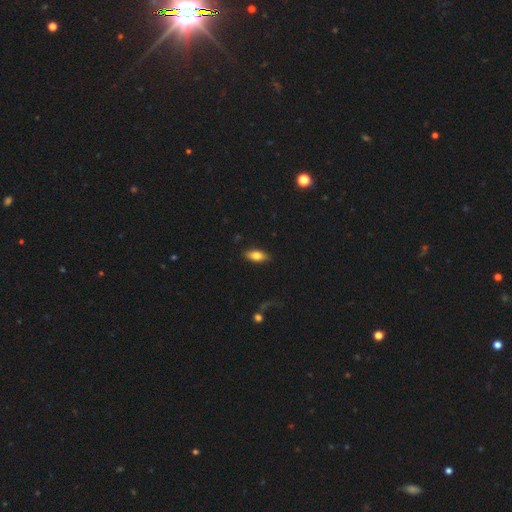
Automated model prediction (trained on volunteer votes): Smooth or featured? Predicted: smooth (p=0.73). How rounded? Predicted: in between (p=0.83). Merging? Predicted: none (p=0.86).